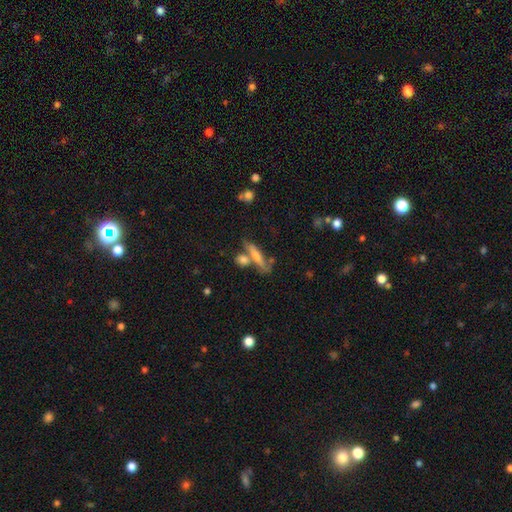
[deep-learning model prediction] smooth-or-featured: smooth: 48% | featured or disk: 42% | star or artifact: 9%
  merging: none: 59% | merger: 22% | minor disturbance: 14% | major disturbance: 5%